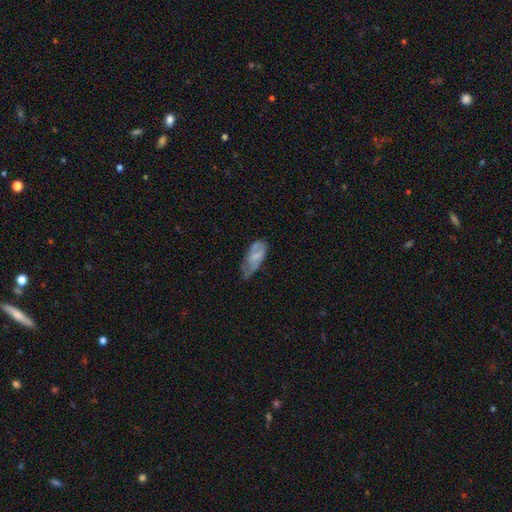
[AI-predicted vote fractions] smooth-or-featured: smooth: 51% | featured or disk: 41% | star or artifact: 8%
  how-rounded: in between: 84% | cigar-shaped: 13% | round: 3%
  merging: minor disturbance: 39% | none: 37% | major disturbance: 21% | merger: 3%